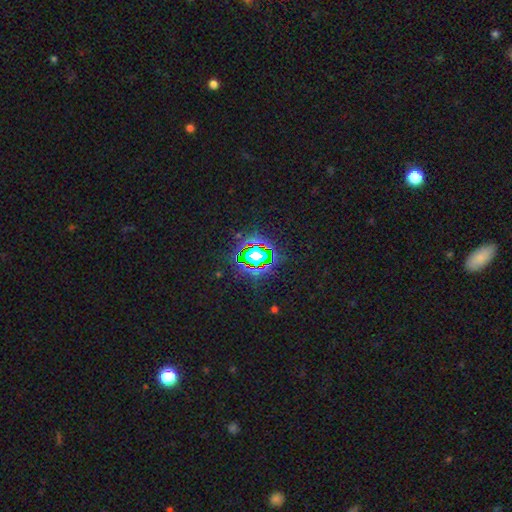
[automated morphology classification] This is likely a star or artifact rather than a galaxy (72%).